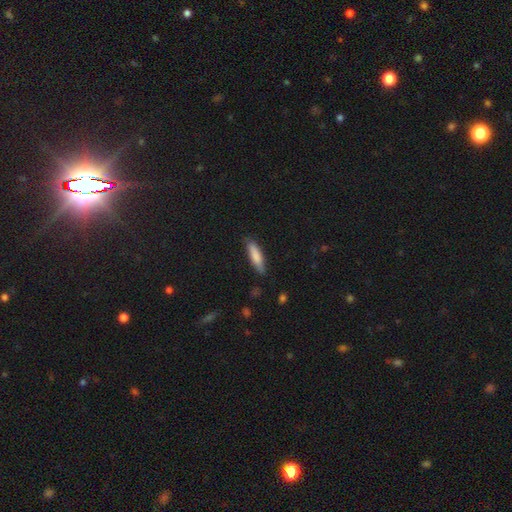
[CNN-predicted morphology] Overall: smooth (79%). How rounded: cigar-shaped (75%). Merging: none (82%).